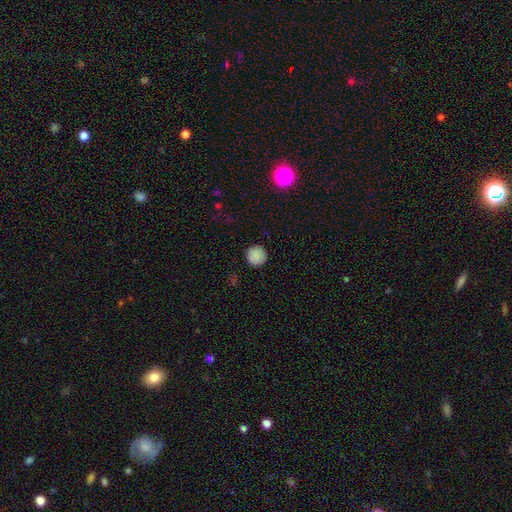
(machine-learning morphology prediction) type=smooth (88%); roundness=round (95%); merging=none (91%).